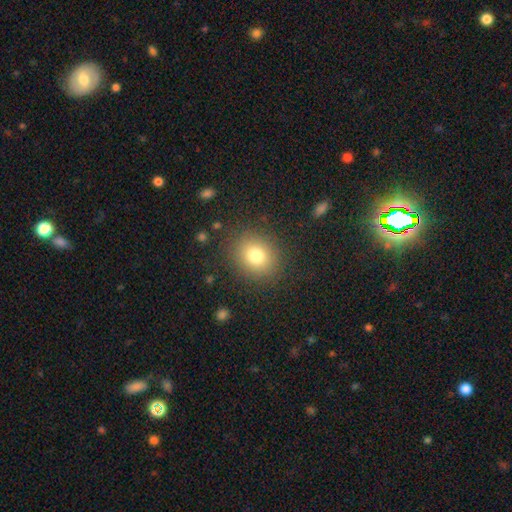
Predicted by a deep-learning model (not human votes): smooth 79%, star or artifact 12%, featured or disk 9%. Down the decision tree: how rounded — round (73%); merging — none (86%).